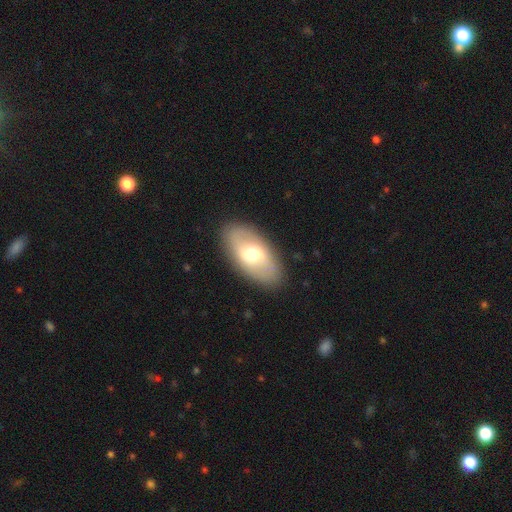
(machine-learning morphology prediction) smooth_or_featured: smooth (p=0.51) [alt: featured or disk p=0.42]
how_rounded: in between (p=0.92) [alt: round p=0.05]
merging: none (p=0.88) [alt: minor disturbance p=0.08]